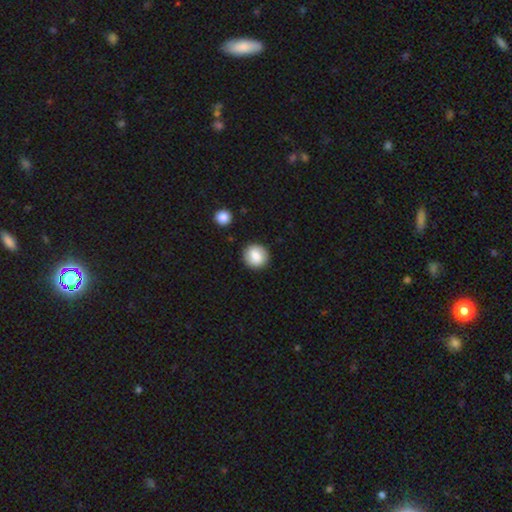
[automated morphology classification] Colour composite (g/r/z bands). It shows a smooth galaxy with no disk features (80%) that is round (87%). Merging: none (88%).